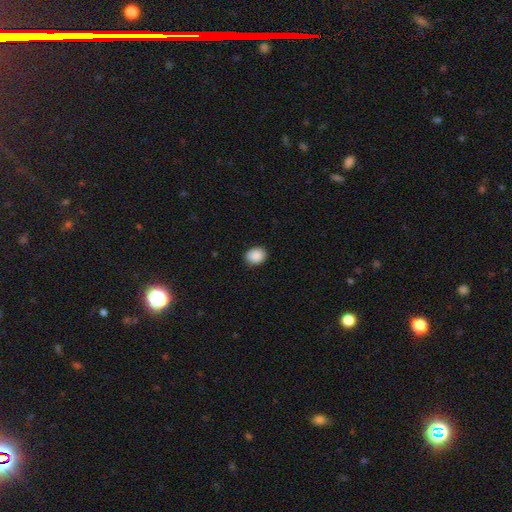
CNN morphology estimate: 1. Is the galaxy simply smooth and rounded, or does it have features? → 90% smooth, 8% star or artifact, 3% featured or disk.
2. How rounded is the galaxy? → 59% round, 41% in between, 1% cigar-shaped.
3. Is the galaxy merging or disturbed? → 88% none, 9% minor disturbance, 2% major disturbance, 1% merger.